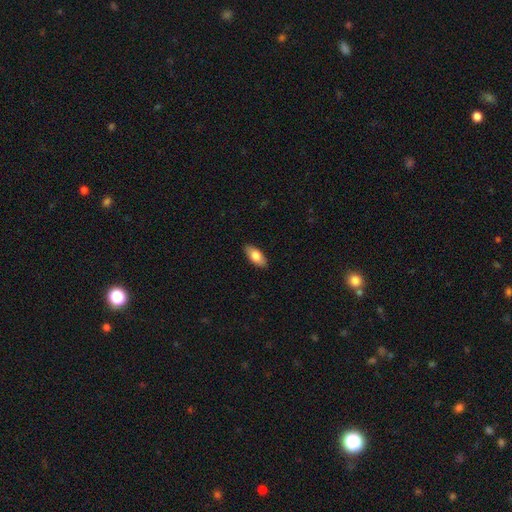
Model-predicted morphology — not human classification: This appears to be a smooth galaxy with no disk features (78%) that is in between round and cigar-shaped (89%). Merging: none (88%).